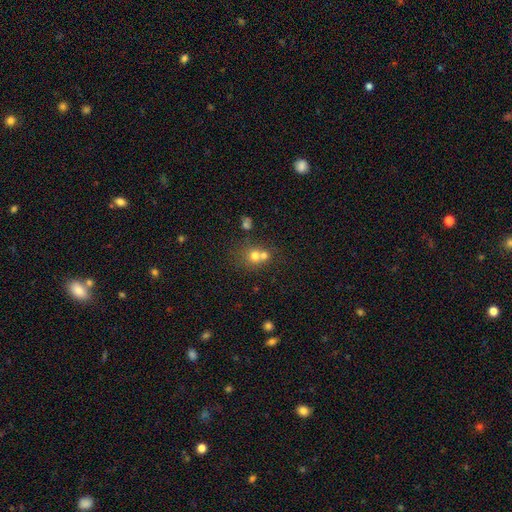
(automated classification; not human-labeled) smooth 65%, star or artifact 20%, featured or disk 16%. Down the decision tree: how rounded — round (80%); merging — merger (46%).